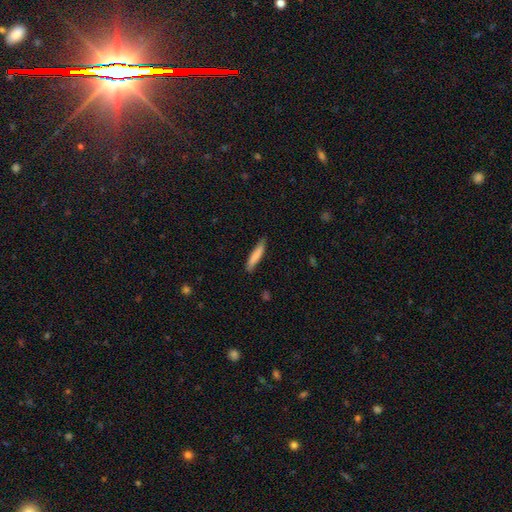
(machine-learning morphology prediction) Overall: smooth (82%). How rounded: cigar-shaped (89%). Merging: none (83%).